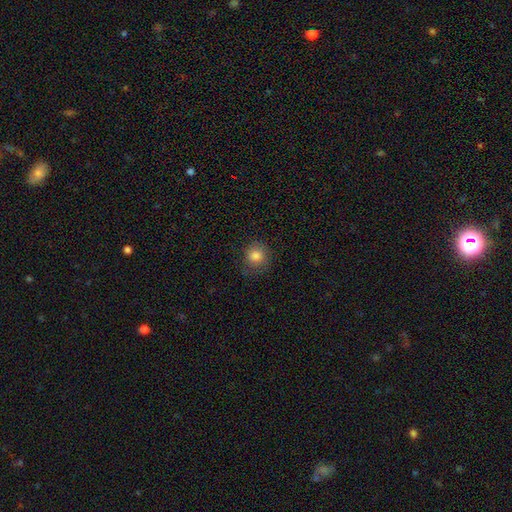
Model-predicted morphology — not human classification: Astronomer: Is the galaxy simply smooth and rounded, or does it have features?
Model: smooth — 83%.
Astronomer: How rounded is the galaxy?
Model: round — 88%.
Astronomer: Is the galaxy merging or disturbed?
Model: none — 78%.